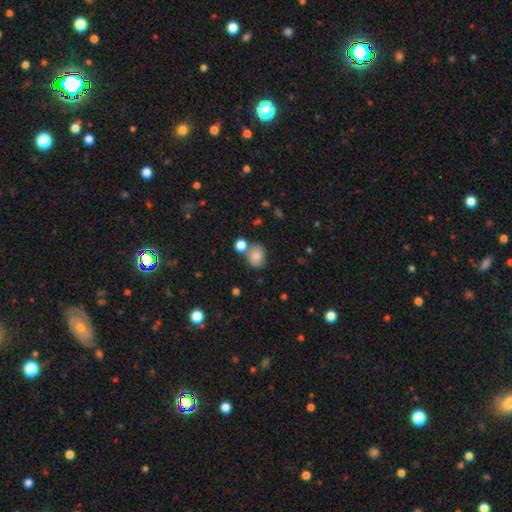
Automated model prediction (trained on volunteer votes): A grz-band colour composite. It shows a smooth galaxy with no disk features (81%) that is in between round and cigar-shaped (53%). Merging: none (63%).